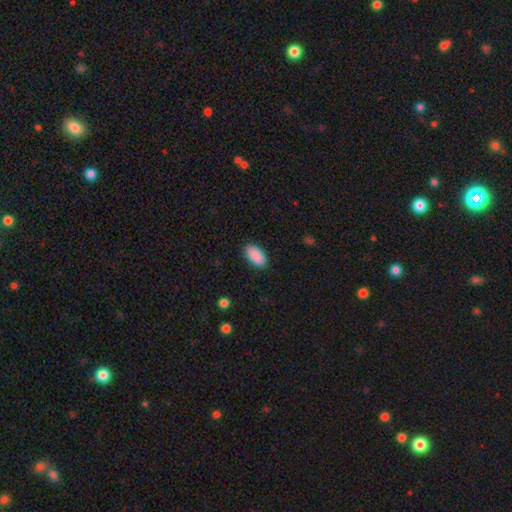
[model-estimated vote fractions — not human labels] A smooth galaxy with no disk features (91%) that is in between round and cigar-shaped (95%). Merging: none (89%).